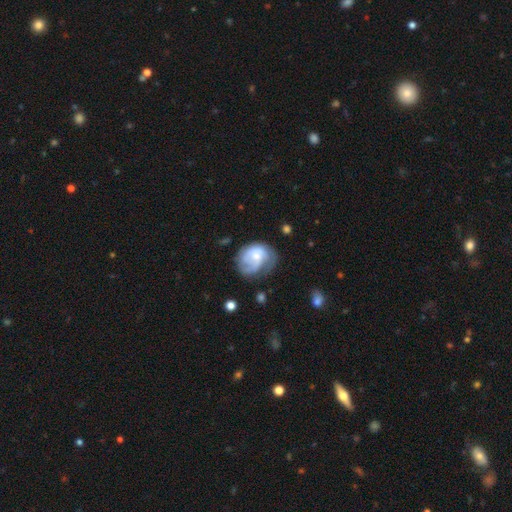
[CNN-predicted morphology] featured or disk 50%, smooth 43%, star or artifact 7%. Down the decision tree: merging — none (42%).